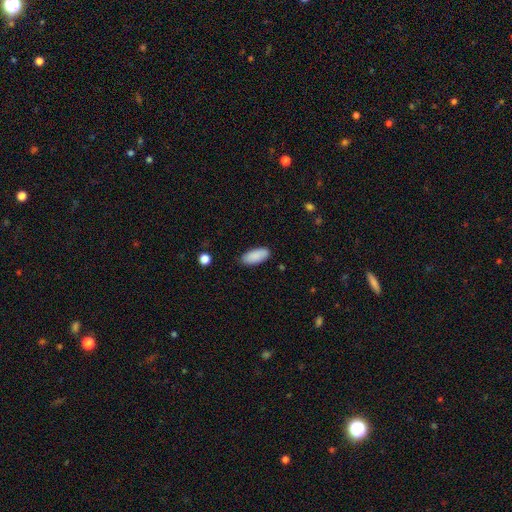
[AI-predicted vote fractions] This is clearly a smooth galaxy (90%). How rounded: clearly in between (86%). Merging: clearly none (85%).